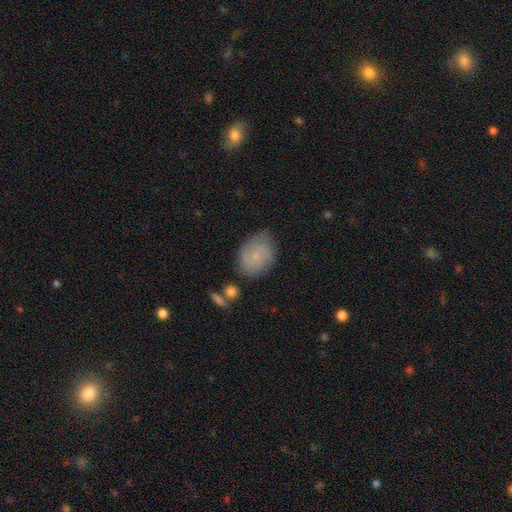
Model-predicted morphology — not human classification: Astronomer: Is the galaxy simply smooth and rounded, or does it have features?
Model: smooth — 56% (runner-up: featured or disk, 36%).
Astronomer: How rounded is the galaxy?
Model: in between — 73%.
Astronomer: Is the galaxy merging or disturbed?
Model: none — 66%.